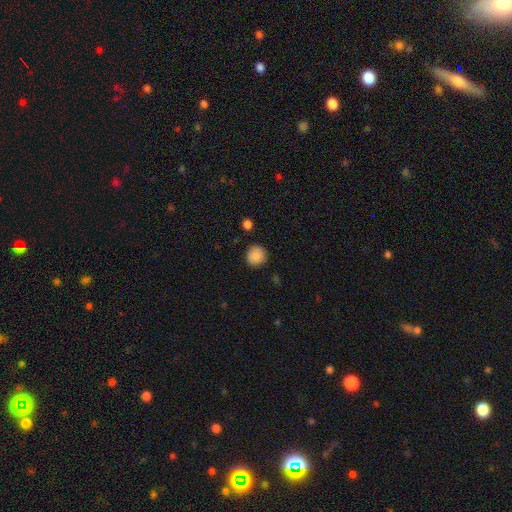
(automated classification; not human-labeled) This is clearly a smooth galaxy (88%). How rounded: clearly round (92%). Merging: clearly none (89%).